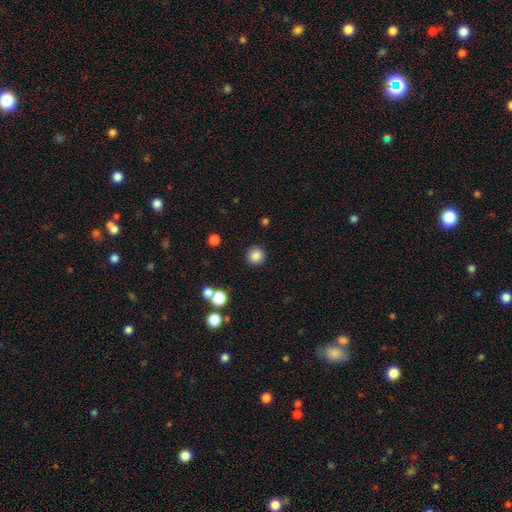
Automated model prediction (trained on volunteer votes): Smooth or featured: smooth — 85% (star or artifact — 11%)
How rounded: round — 93% (in between — 6%)
Merging: none — 90% (minor disturbance — 6%)